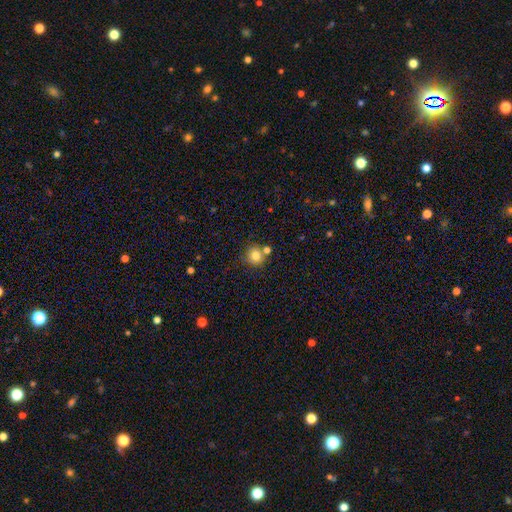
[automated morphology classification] Smooth or featured: smooth — 81% (star or artifact — 11%)
How rounded: round — 91% (in between — 8%)
Merging: none — 70% (merger — 17%)